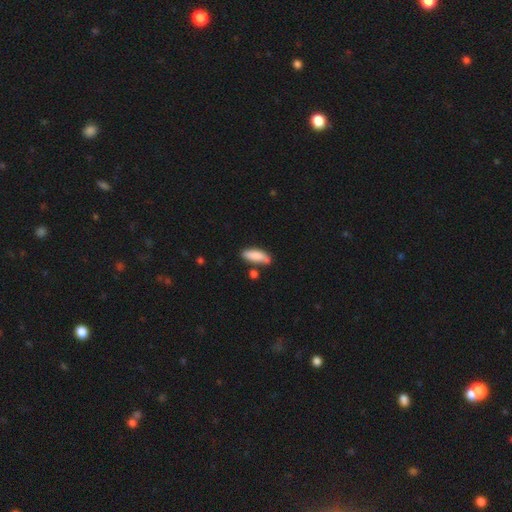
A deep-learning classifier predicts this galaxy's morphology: This appears to be a smooth galaxy with no disk features (84%) that is in between round and cigar-shaped (64%). Merging: none (65%).